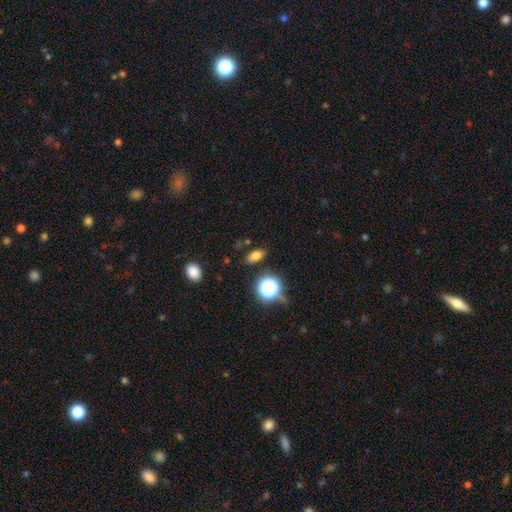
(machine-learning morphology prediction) This appears to be a smooth galaxy with no disk features (73%) that is in between round and cigar-shaped (81%). Merging: none (84%).